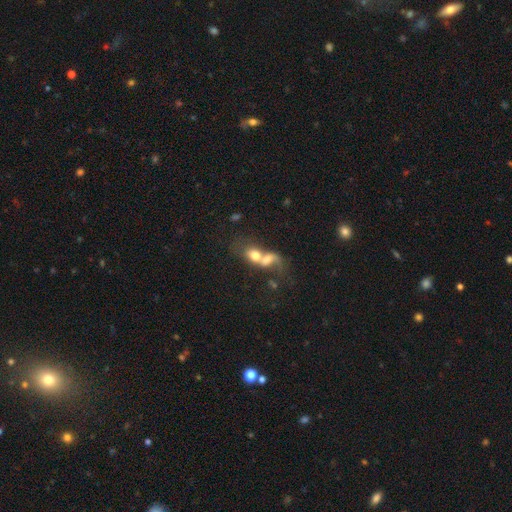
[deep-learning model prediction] A smooth galaxy with no disk features (58%) that is in between round and cigar-shaped (60%).

Vote fractions:
- Smooth or featured? smooth: 58% / featured or disk: 32% / star or artifact: 10%
- How rounded? in between: 60% / round: 36% / cigar-shaped: 4%
- Merging? merger: 80% / major disturbance: 8% / none: 8% / minor disturbance: 4%